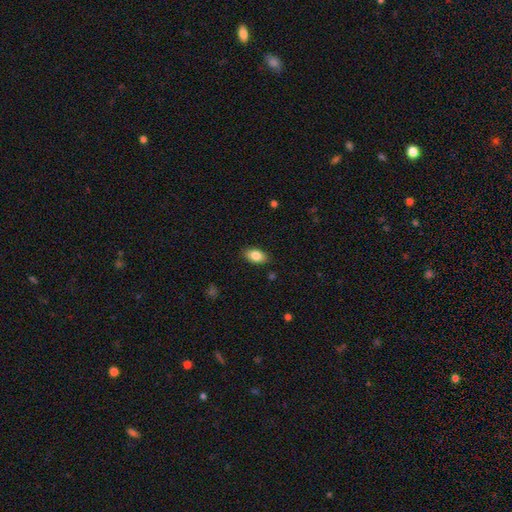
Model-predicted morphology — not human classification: smooth 84%, featured or disk 9%, star or artifact 7%. Down the decision tree: how rounded — in between (91%); merging — none (87%).